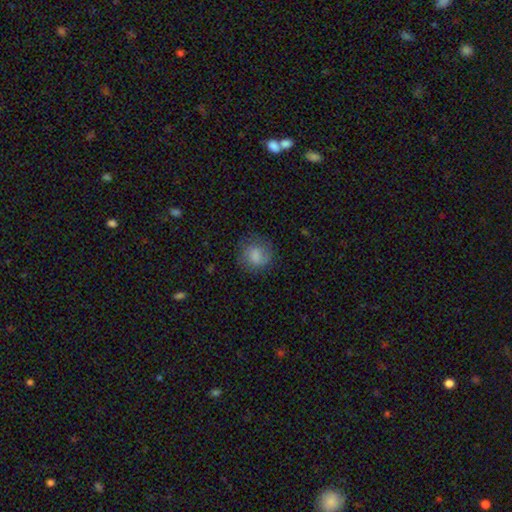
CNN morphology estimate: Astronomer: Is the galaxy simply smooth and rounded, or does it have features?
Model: smooth — 75%.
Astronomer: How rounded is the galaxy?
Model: round — 83%.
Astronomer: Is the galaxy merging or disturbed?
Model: none — 74%.